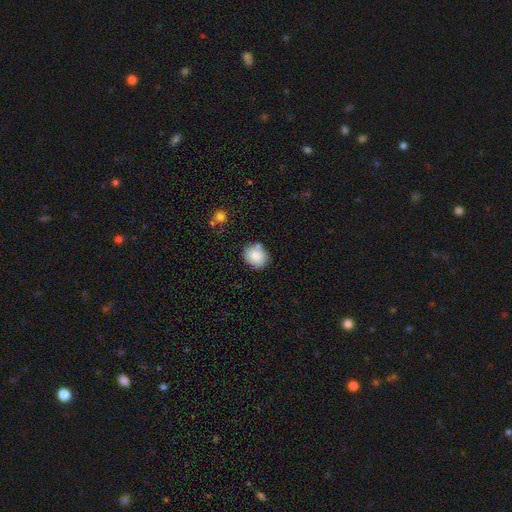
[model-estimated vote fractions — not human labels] Morphology: type=smooth (85%); roundness=round (61%); merging=none (74%).